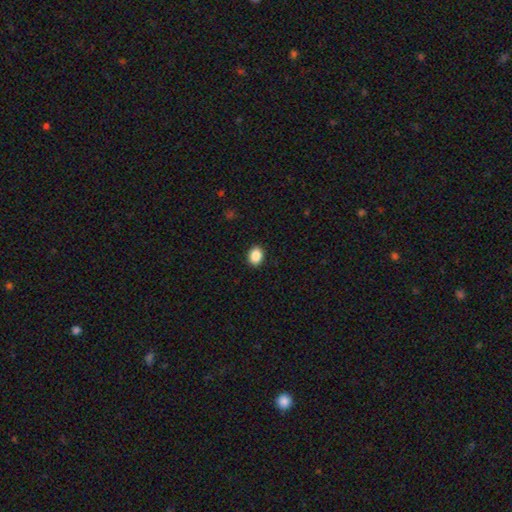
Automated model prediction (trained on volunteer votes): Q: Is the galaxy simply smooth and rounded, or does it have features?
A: smooth — 89%.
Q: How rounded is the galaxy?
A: in between — 55%.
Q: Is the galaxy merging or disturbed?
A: none — 91%.